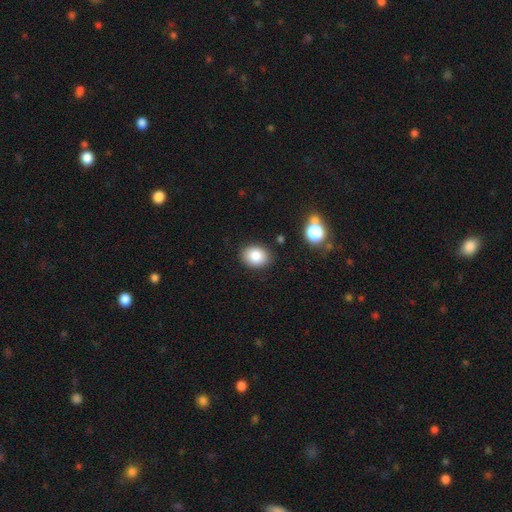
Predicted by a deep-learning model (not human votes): smooth 85%, star or artifact 9%, featured or disk 7%. Down the decision tree: how rounded — in between (54%); merging — none (86%).